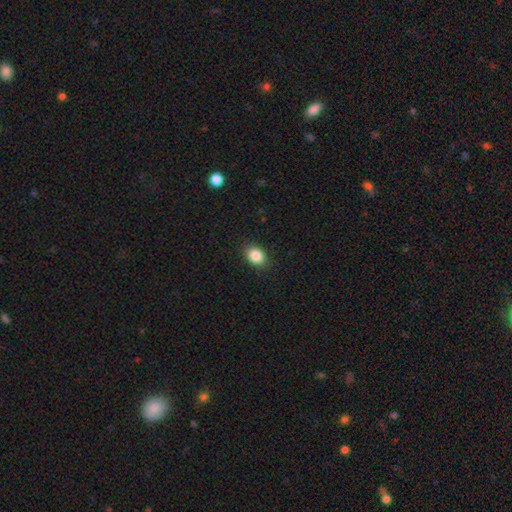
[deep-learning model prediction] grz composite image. It shows a smooth galaxy with no disk features (87%) that is in between round and cigar-shaped (64%). Merging: none (88%).